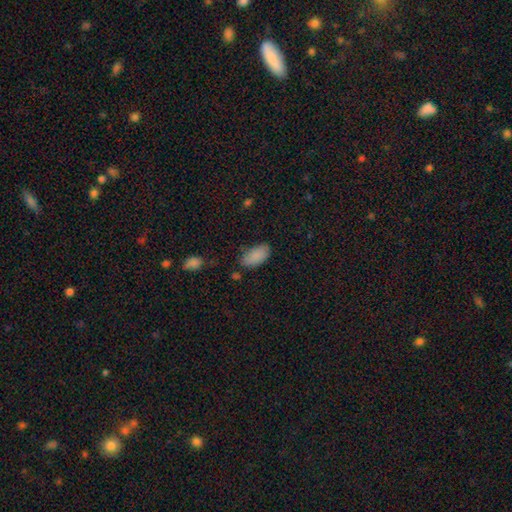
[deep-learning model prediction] smooth-or-featured: smooth: 87% | star or artifact: 7% | featured or disk: 5%
  how-rounded: in between: 94% | cigar-shaped: 4% | round: 2%
  merging: none: 73% | minor disturbance: 19% | major disturbance: 4% | merger: 3%